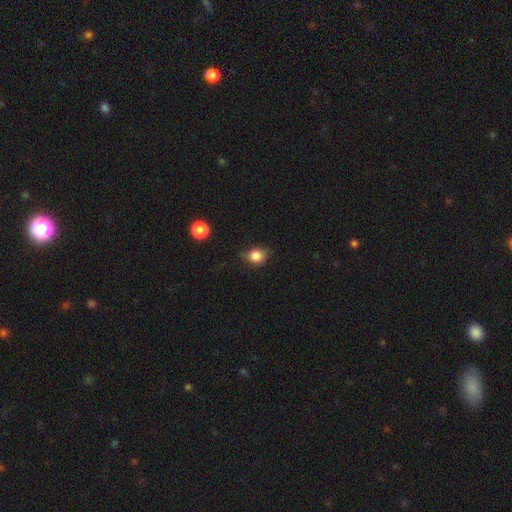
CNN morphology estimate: Q: Smooth or featured?
A: smooth (82%); runner-up: star or artifact (11%)
Q: How rounded?
A: round (70%); runner-up: in between (28%)
Q: Merging?
A: none (64%); runner-up: minor disturbance (28%)